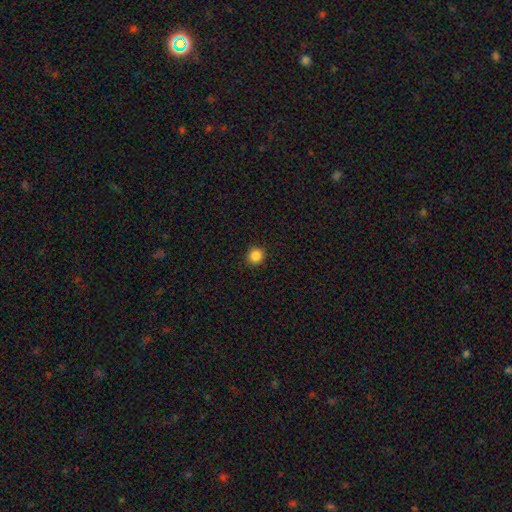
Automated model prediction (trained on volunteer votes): smooth_or_featured: smooth (p=0.86) [alt: star or artifact p=0.11]
how_rounded: round (p=0.93) [alt: in between p=0.06]
merging: none (p=0.92) [alt: minor disturbance p=0.06]